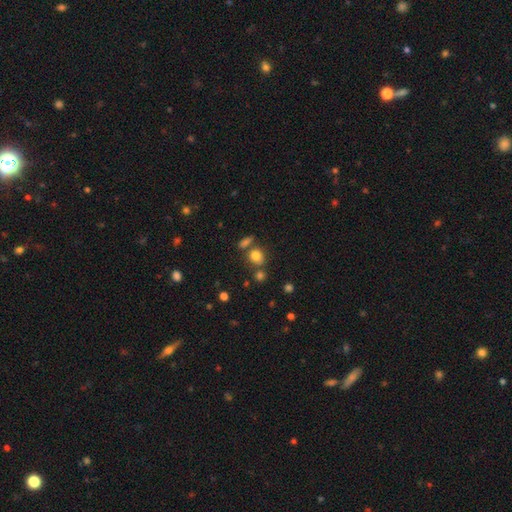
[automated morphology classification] This appears to be a smooth galaxy with no disk features (78%) that is round (67%). Merging: none (63%).